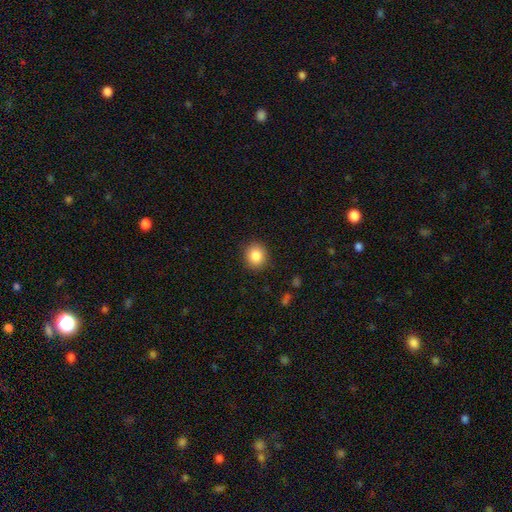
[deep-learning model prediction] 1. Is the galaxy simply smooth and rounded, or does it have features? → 86% smooth, 9% star or artifact, 5% featured or disk.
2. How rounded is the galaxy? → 79% round, 20% in between, 1% cigar-shaped.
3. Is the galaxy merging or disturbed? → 89% none, 8% minor disturbance, 2% major disturbance, 1% merger.